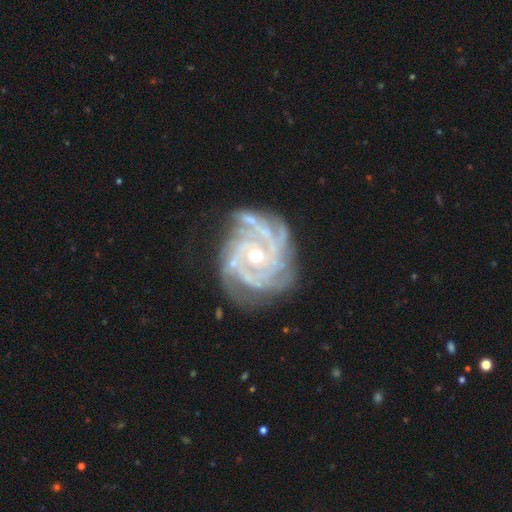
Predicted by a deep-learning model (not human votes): The model was most divided on "spiral arm count": 3: 27%, can't tell: 22%, 4: 21%, 2: 13%, more than 4: 10%, 1: 7%. More confident: edge-on disk — no (98%); spiral arms — yes (97%); smooth or featured — featured or disk (91%); bar — no (76%); spiral winding — tight (73%); merging — none (62%); bulge size — moderate (61%).